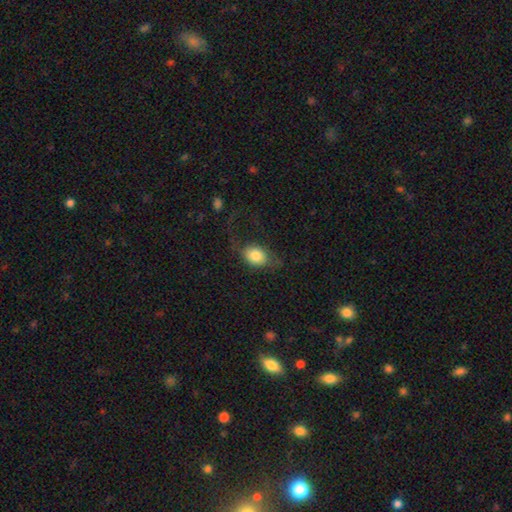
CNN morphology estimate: smooth-or-featured: smooth: 78% | featured or disk: 15% | star or artifact: 8%
  how-rounded: in between: 66% | round: 32% | cigar-shaped: 2%
  merging: none: 47% | major disturbance: 29% | minor disturbance: 22% | merger: 2%